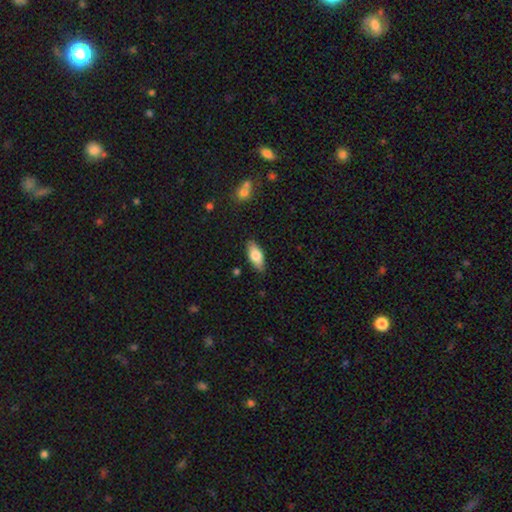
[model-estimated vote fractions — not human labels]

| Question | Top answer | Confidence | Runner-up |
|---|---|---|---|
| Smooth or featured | smooth | 75% | featured or disk (19%) |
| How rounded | in between | 82% | cigar-shaped (16%) |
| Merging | none | 86% | minor disturbance (10%) |